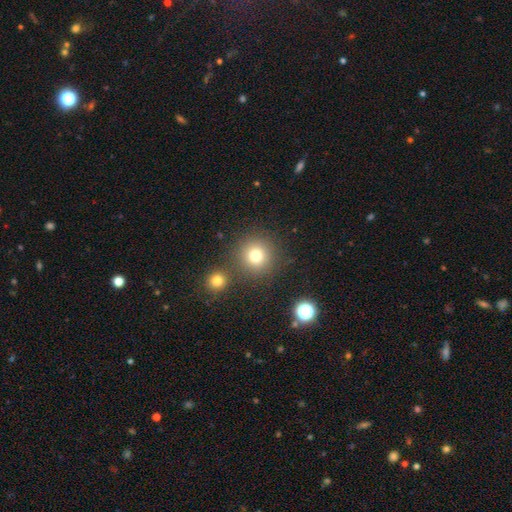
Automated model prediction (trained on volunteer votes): Smooth or featured?
  - smooth: 78% *
  - star or artifact: 14%
  - featured or disk: 8%
How rounded?
  - round: 93% *
  - in between: 6%
  - cigar-shaped: 1%
Merging?
  - none: 78% *
  - merger: 11%
  - minor disturbance: 8%
  - major disturbance: 3%